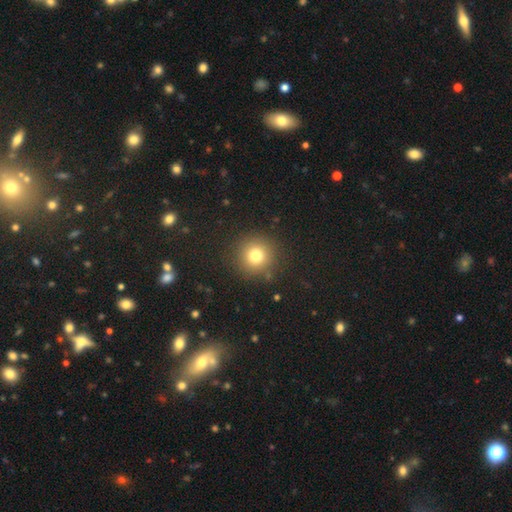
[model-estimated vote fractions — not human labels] Q: Smooth or featured?
A: smooth (78%); runner-up: star or artifact (14%)
Q: How rounded?
A: round (94%); runner-up: in between (5%)
Q: Merging?
A: none (89%); runner-up: minor disturbance (7%)